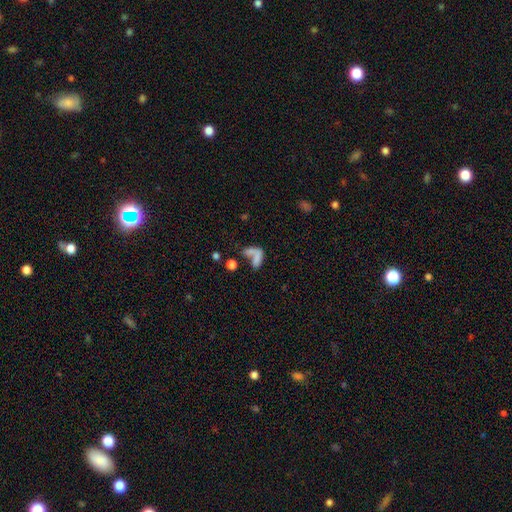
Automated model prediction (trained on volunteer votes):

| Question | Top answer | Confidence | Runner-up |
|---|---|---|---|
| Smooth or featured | smooth | 63% | featured or disk (22%) |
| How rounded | in between | 71% | round (15%) |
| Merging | merger | 49% | none (23%) |